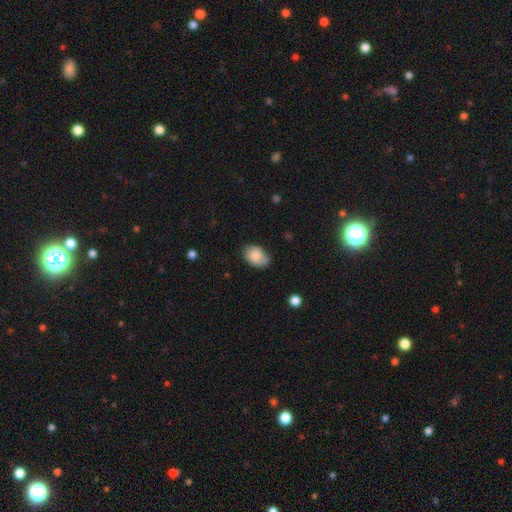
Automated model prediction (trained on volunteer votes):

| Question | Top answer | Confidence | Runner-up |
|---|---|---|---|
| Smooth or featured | smooth | 82% | featured or disk (11%) |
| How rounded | in between | 78% | round (20%) |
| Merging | none | 55% | minor disturbance (33%) |